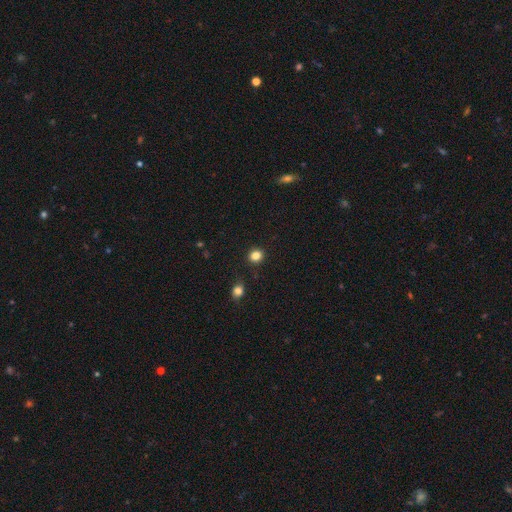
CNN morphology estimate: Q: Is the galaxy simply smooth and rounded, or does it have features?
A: smooth — 84%.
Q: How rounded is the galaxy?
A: round — 78%.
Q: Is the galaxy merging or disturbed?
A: none — 89%.